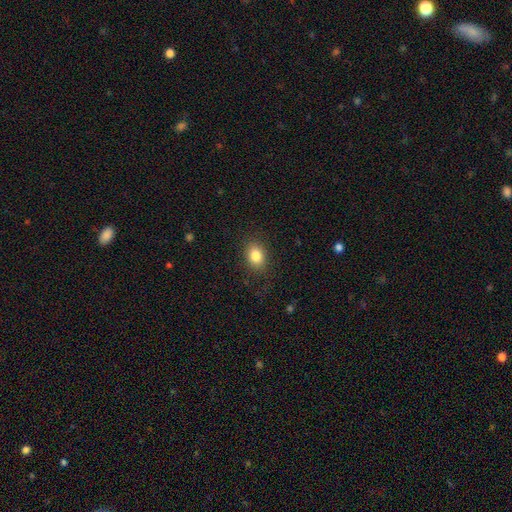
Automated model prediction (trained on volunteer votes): Smooth or featured: smooth — 83% (star or artifact — 10%)
How rounded: in between — 68% (round — 31%)
Merging: none — 85% (minor disturbance — 10%)